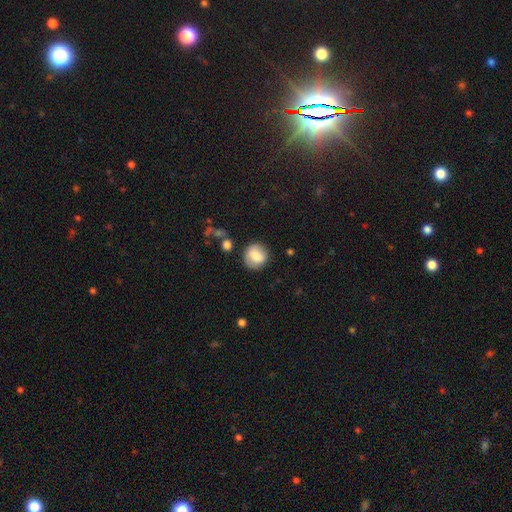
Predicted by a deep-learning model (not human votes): Overall: smooth (73%). How rounded: round (81%). Merging: none (77%).